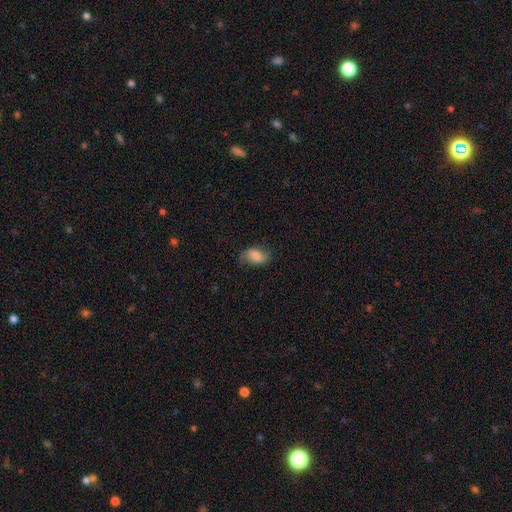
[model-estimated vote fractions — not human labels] A smooth galaxy with no disk features (67%) that is in between round and cigar-shaped (88%). Merging: none (68%).